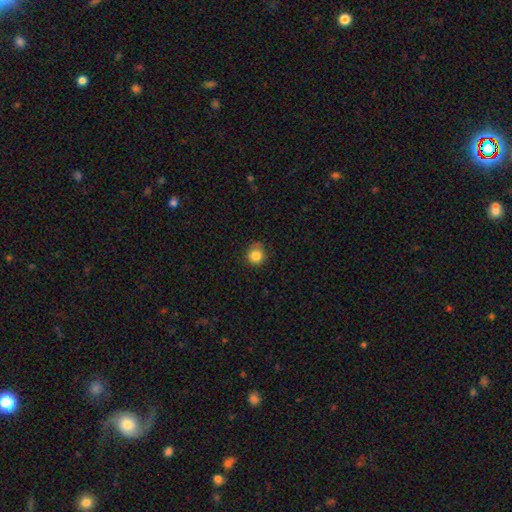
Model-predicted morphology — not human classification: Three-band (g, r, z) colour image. It shows a smooth galaxy with no disk features (85%) that is round (91%). Merging: none (75%).